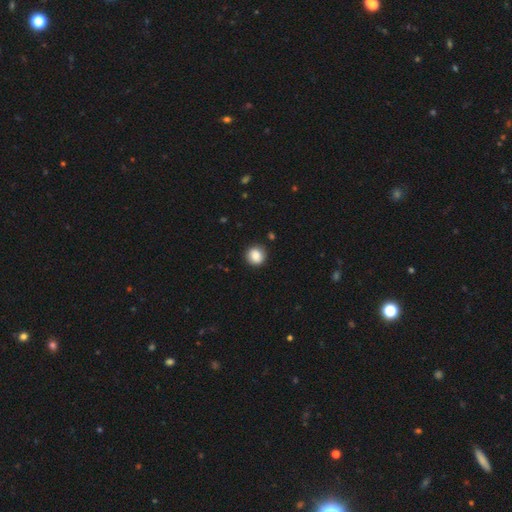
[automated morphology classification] This appears to be a smooth galaxy with no disk features (86%) that is round (90%). Merging: none (88%).